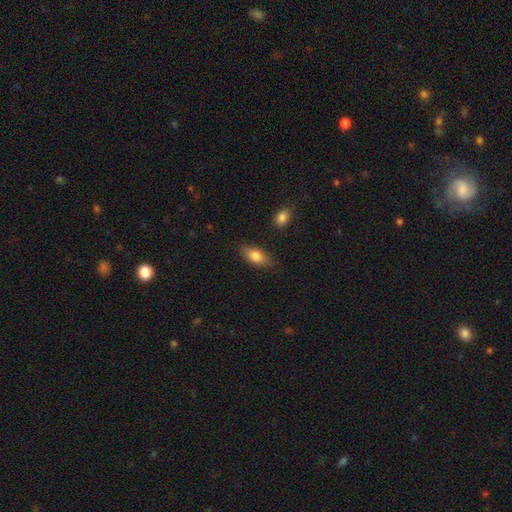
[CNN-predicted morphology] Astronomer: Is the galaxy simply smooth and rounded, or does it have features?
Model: smooth — 80%.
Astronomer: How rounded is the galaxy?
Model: in between — 86%.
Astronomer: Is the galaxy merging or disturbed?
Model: none — 83%.